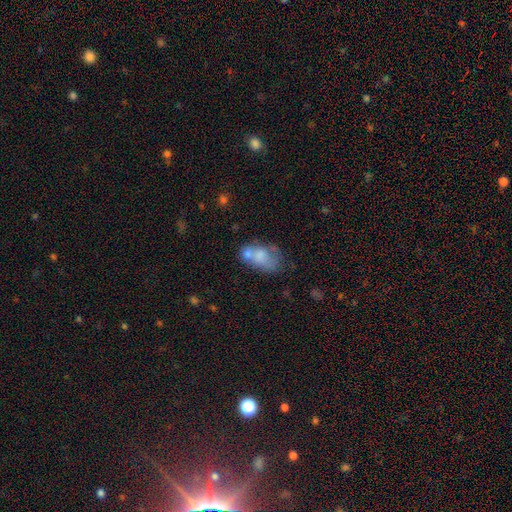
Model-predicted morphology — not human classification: smooth_or_featured: smooth (p=0.63) [alt: featured or disk p=0.28]
how_rounded: in between (p=0.85) [alt: round p=0.13]
merging: merger (p=0.43) [alt: none p=0.26]